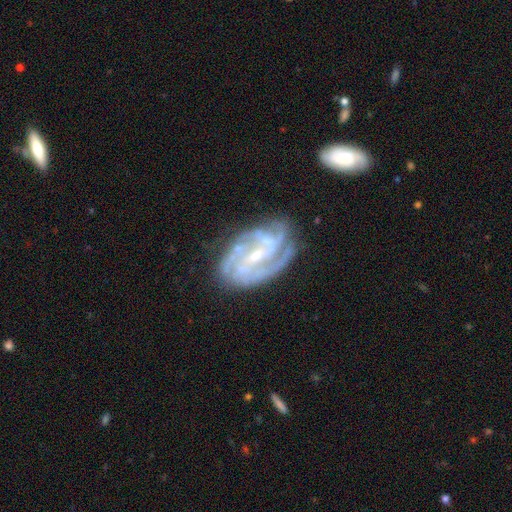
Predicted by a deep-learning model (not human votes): featured or disk 88%, smooth 6%, star or artifact 6%. Down the decision tree: edge-on disk — no (97%); bar — weak (45%); spiral arms — yes (96%); spiral arm count — 3 (31%); spiral winding — tight (56%); bulge size — small (60%); merging — none (67%).